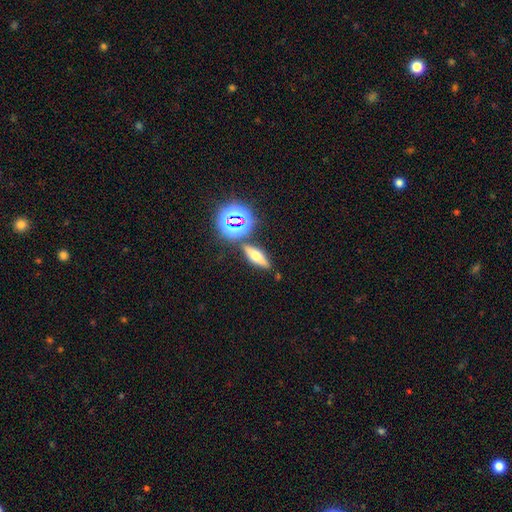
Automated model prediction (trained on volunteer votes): Morphology: type=smooth (41%); merging=none (81%).